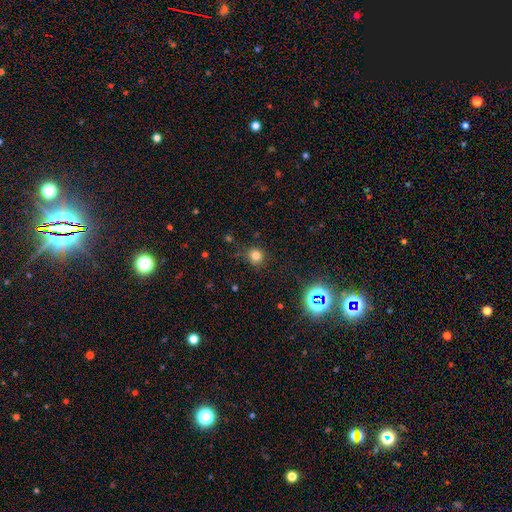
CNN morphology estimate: Smooth or featured? Predicted: smooth (p=0.77). How rounded? Predicted: round (p=0.90). Merging? Predicted: none (p=0.83).